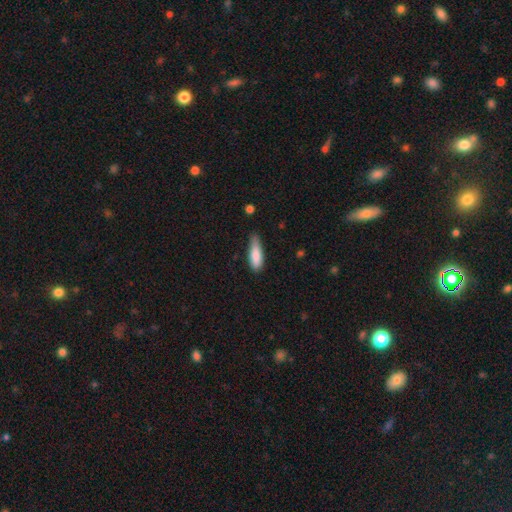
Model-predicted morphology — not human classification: Overall: smooth (84%). How rounded: cigar-shaped (50%; in between 48%). Merging: none (60%; minor disturbance 33%).